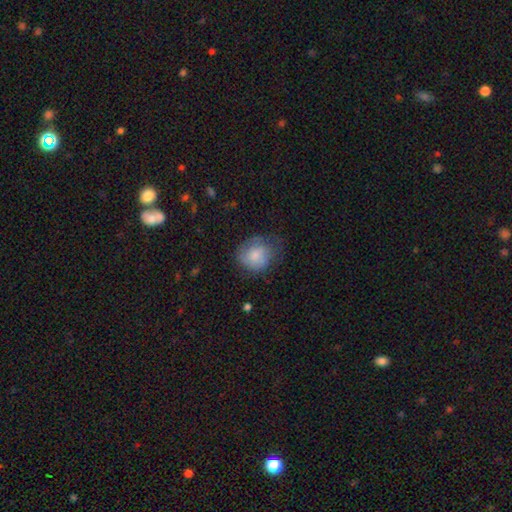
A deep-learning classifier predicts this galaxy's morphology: type=smooth (73%); roundness=round (68%); merging=none (49%).